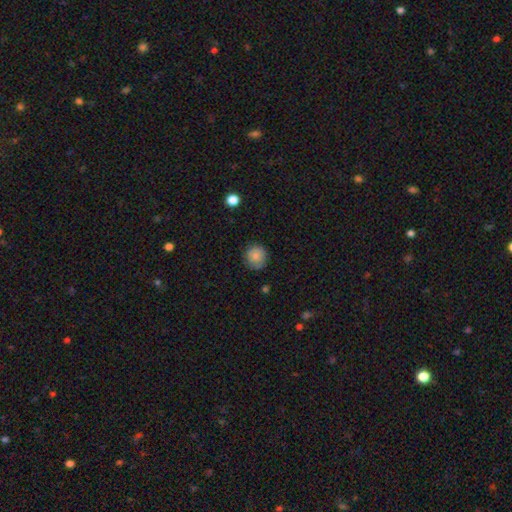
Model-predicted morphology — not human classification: Smooth or featured?
  - smooth: 83% *
  - star or artifact: 9%
  - featured or disk: 8%
How rounded?
  - round: 90% *
  - in between: 9%
  - cigar-shaped: 1%
Merging?
  - none: 81% *
  - minor disturbance: 15%
  - major disturbance: 3%
  - merger: 1%